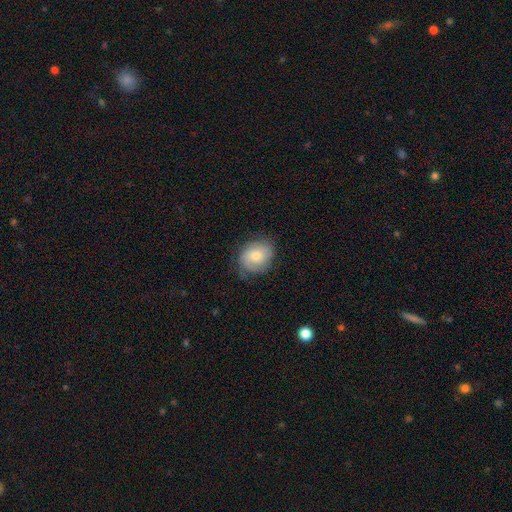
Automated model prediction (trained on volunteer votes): A smooth galaxy with no disk features (64%) that is round (51%).

Vote fractions:
- Smooth or featured? smooth: 64% / featured or disk: 29% / star or artifact: 7%
- How rounded? round: 51% / in between: 48% / cigar-shaped: 1%
- Merging? none: 67% / minor disturbance: 24% / major disturbance: 7% / merger: 1%